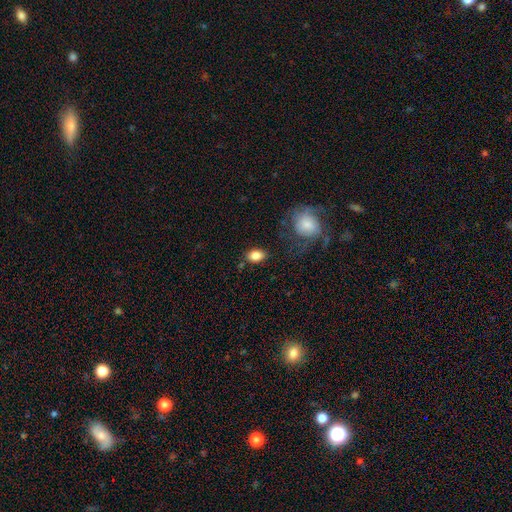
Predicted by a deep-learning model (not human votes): Smooth or featured: smooth — 85% (star or artifact — 8%)
How rounded: in between — 84% (round — 15%)
Merging: none — 80% (minor disturbance — 12%)